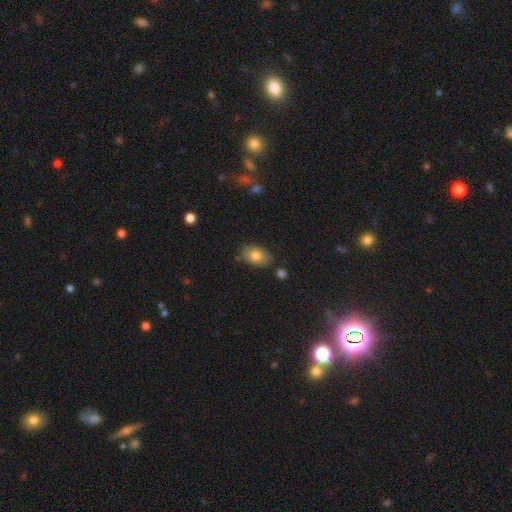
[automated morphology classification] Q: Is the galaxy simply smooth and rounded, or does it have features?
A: smooth — 79%.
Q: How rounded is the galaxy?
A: in between — 87%.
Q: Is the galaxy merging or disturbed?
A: none — 77%.